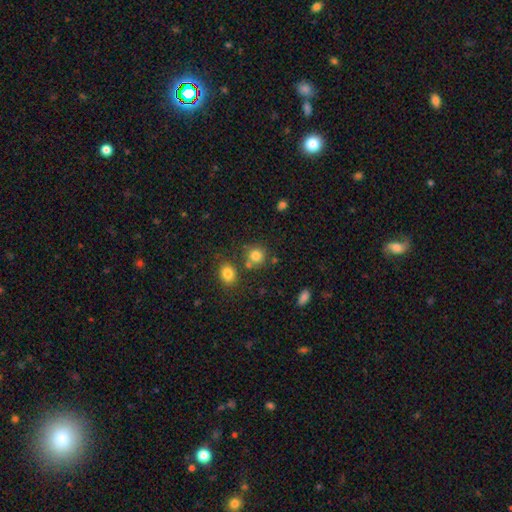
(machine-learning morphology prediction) A smooth galaxy with no disk features (81%) that is round (84%).

Vote fractions:
- Smooth or featured? smooth: 81% / star or artifact: 12% / featured or disk: 7%
- How rounded? round: 84% / in between: 15% / cigar-shaped: 1%
- Merging? none: 69% / merger: 17% / minor disturbance: 11% / major disturbance: 4%